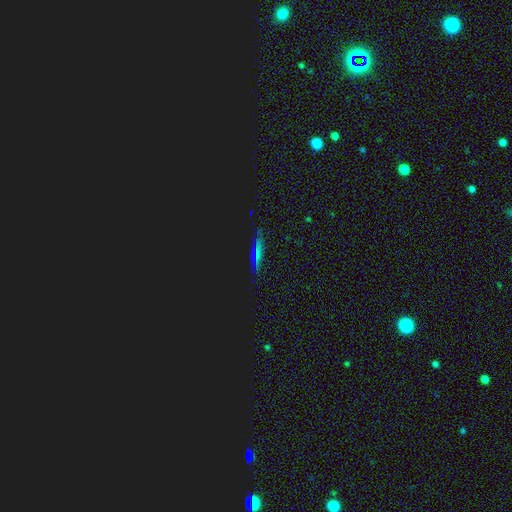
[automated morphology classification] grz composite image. It shows a star or artifact, not a galaxy (46%).